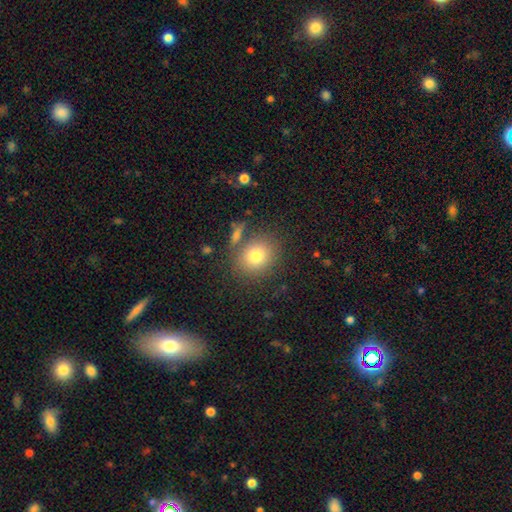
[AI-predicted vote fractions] Smooth or featured: smooth — 79% (star or artifact — 11%)
How rounded: round — 71% (in between — 28%)
Merging: none — 76% (minor disturbance — 11%)